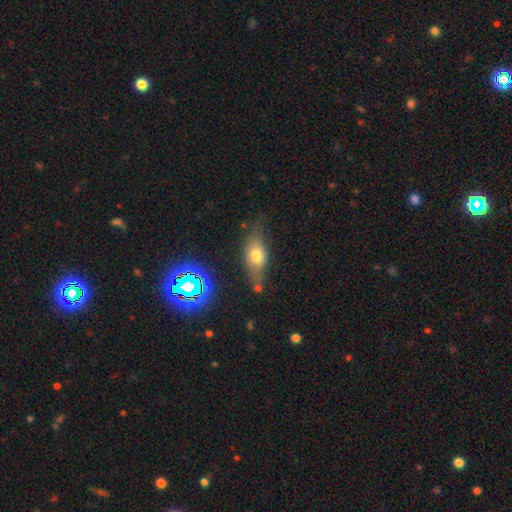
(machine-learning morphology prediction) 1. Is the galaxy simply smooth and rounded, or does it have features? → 56% smooth, 31% featured or disk, 13% star or artifact.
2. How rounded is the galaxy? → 70% in between, 16% cigar-shaped, 14% round.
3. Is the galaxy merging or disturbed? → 62% none, 24% minor disturbance, 8% major disturbance, 6% merger.